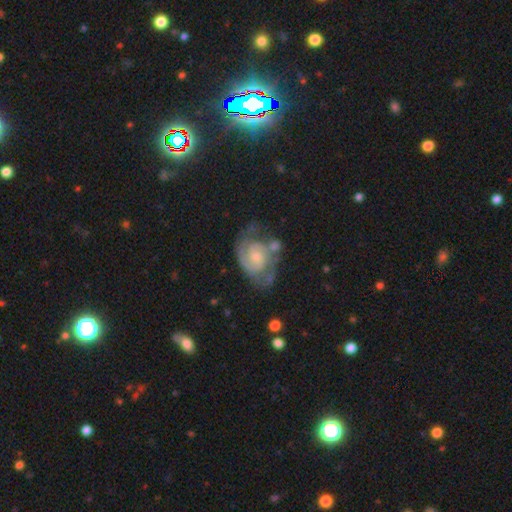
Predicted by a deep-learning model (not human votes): featured or disk 84%, smooth 10%, star or artifact 7%. Down the decision tree: edge-on disk — no (98%); bar — no (62%); spiral arms — yes (95%); spiral arm count — 2 (79%); spiral winding — tight (48%); bulge size — small (56%); merging — none (58%).